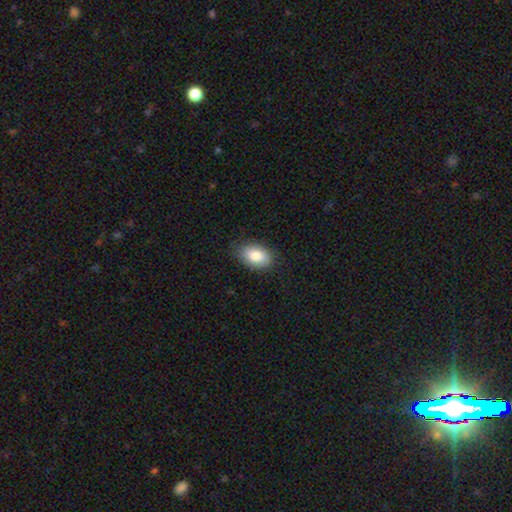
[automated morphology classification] smooth_or_featured: smooth (p=0.84) [alt: featured or disk p=0.10]
how_rounded: in between (p=0.91) [alt: round p=0.08]
merging: none (p=0.83) [alt: minor disturbance p=0.13]